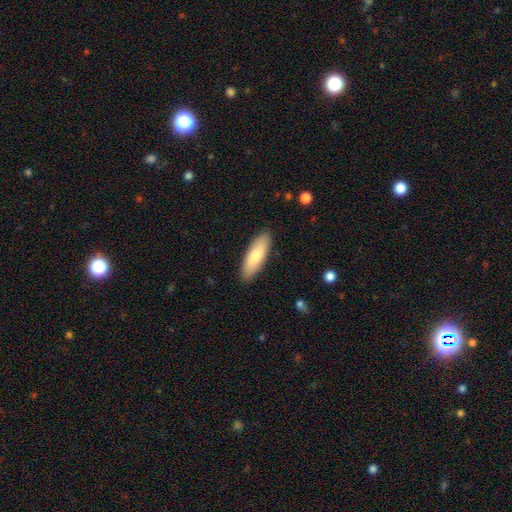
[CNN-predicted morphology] smooth 76%, featured or disk 19%, star or artifact 5%. Down the decision tree: how rounded — in between (59%); merging — none (88%).